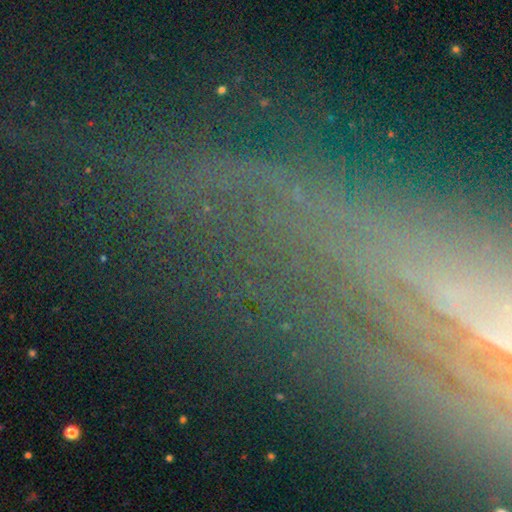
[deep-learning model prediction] smooth_or_featured: star or artifact (p=0.59) [alt: featured or disk p=0.25]